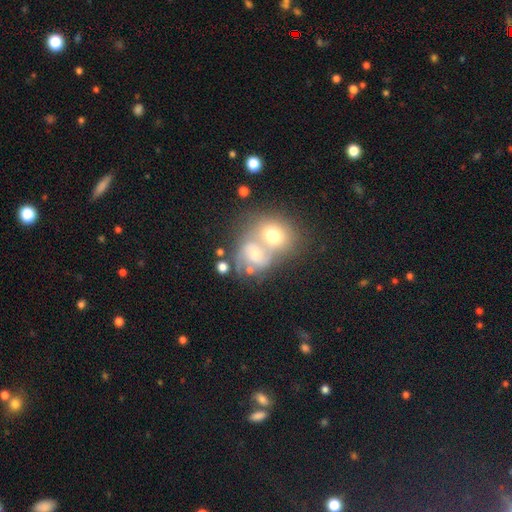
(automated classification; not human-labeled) A featured or disk galaxy (54%) with no bar (61%), spiral arms (75%) and a moderate central bulge (50%).

Vote fractions:
- Smooth or featured? featured or disk: 54% / smooth: 35% / star or artifact: 11%
- Edge-on disk? no: 97% / yes: 3%
- Bar? no: 61% / weak: 31% / strong: 9%
- Spiral arms? yes: 75% / no: 25%
- Bulge size? moderate: 50% / small: 34% / large: 8% / none: 6% / dominant: 2%
- Merging? merger: 57% / none: 26% / minor disturbance: 10% / major disturbance: 8%